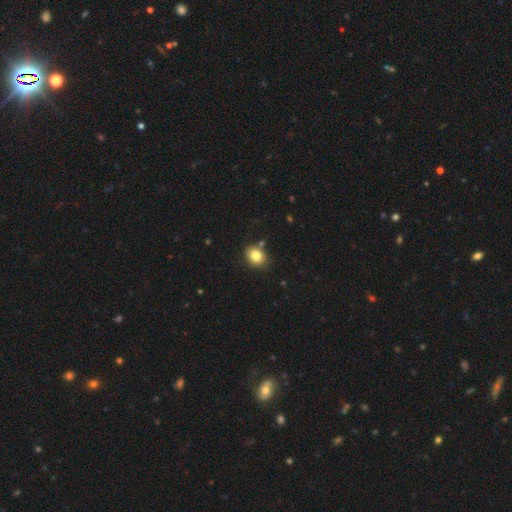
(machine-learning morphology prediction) This is clearly a smooth galaxy (82%). How rounded: possibly round (55%). Merging: clearly none (82%).